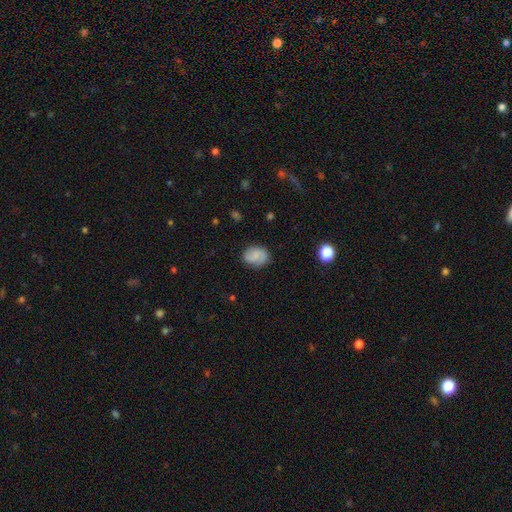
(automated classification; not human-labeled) Smooth or featured? smooth (63%)
How rounded? in between (66%)
Merging? none (78%)